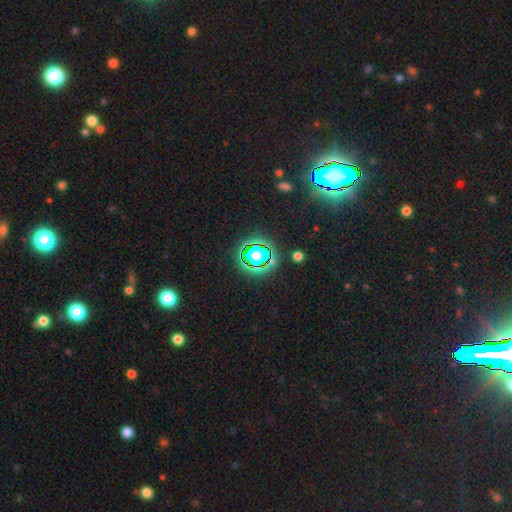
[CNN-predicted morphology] Smooth or featured: star or artifact — 60% (smooth — 28%)